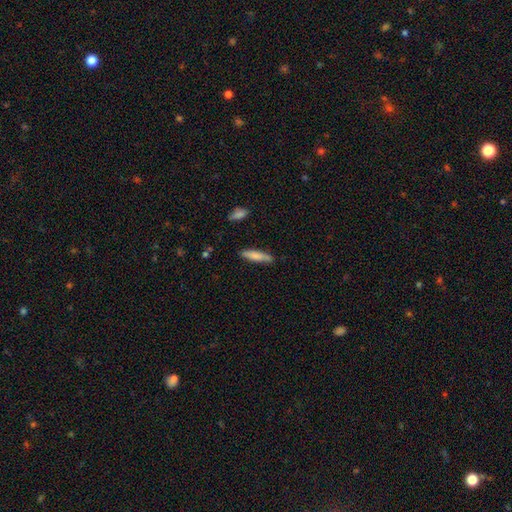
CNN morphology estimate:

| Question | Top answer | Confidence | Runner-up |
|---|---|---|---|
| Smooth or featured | smooth | 79% | featured or disk (16%) |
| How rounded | cigar-shaped | 78% | in between (20%) |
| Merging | none | 81% | minor disturbance (14%) |